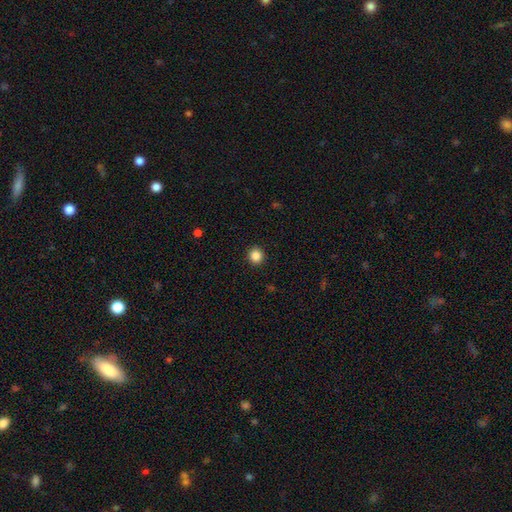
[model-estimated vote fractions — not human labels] Q: Smooth or featured?
A: smooth (86%); runner-up: star or artifact (11%)
Q: How rounded?
A: round (92%); runner-up: in between (7%)
Q: Merging?
A: none (93%); runner-up: minor disturbance (5%)